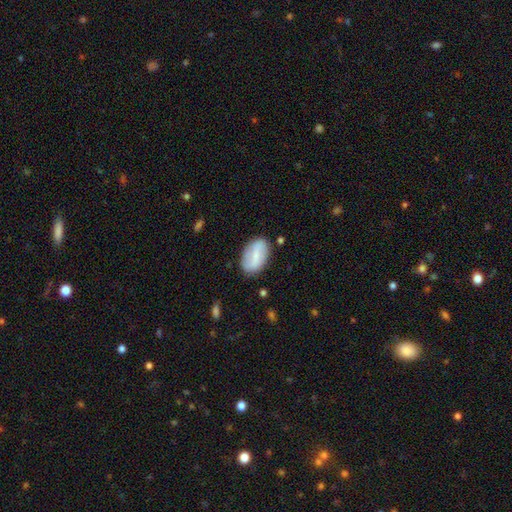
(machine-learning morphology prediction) This appears to be a smooth galaxy with no disk features (54%) that is in between round and cigar-shaped (92%). Merging: none (79%).